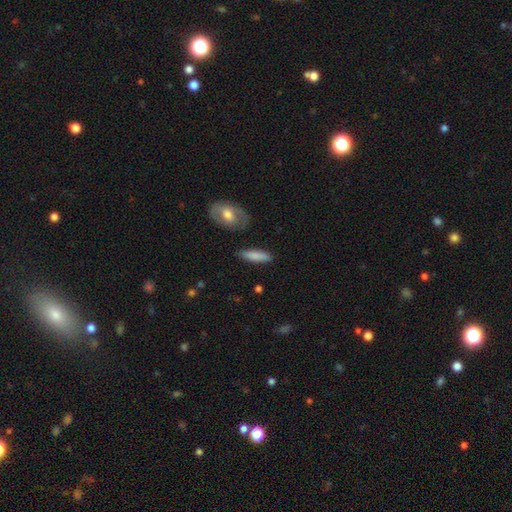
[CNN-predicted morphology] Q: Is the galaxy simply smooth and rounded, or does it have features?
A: smooth — 82%.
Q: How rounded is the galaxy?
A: cigar-shaped — 61%.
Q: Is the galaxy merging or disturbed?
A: none — 85%.